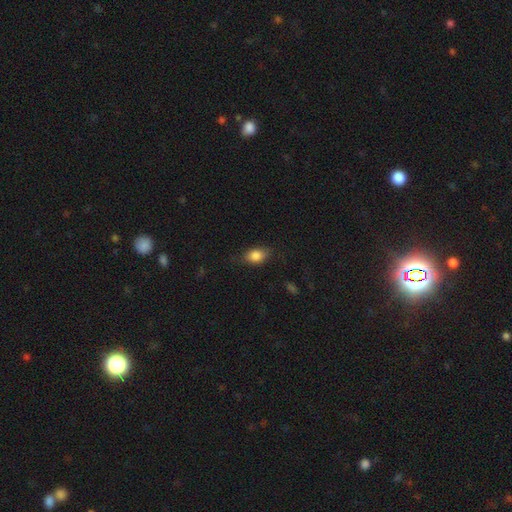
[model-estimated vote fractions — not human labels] Morphology: type=smooth (83%); roundness=in between (79%); merging=none (73%).